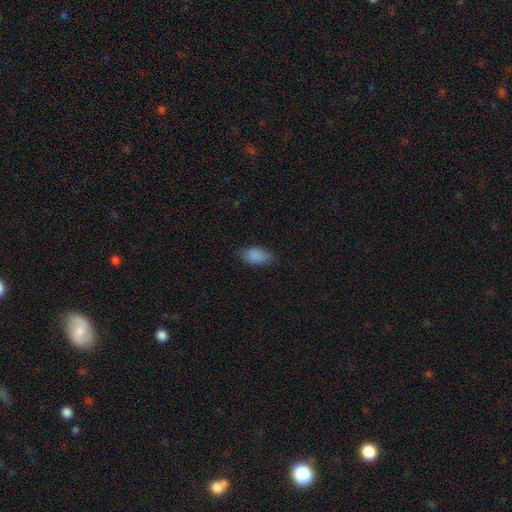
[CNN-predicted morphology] Q: Smooth or featured?
A: smooth (86%); runner-up: star or artifact (8%)
Q: How rounded?
A: in between (91%); runner-up: round (5%)
Q: Merging?
A: none (72%); runner-up: minor disturbance (22%)